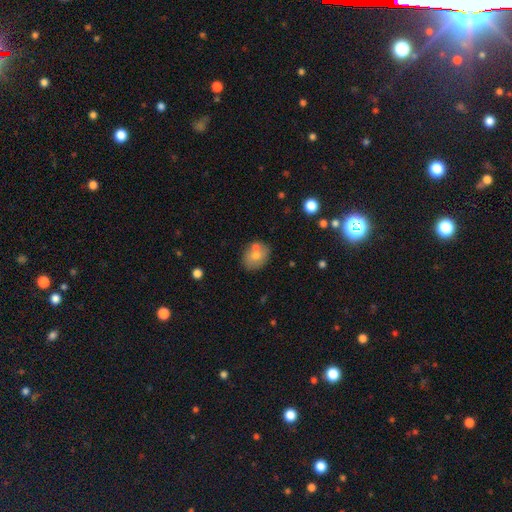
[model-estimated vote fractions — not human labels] Smooth or featured?
  - smooth: 70% *
  - featured or disk: 21%
  - star or artifact: 10%
How rounded?
  - in between: 50% *
  - round: 48%
  - cigar-shaped: 1%
Merging?
  - none: 62% *
  - merger: 21%
  - minor disturbance: 13%
  - major disturbance: 3%